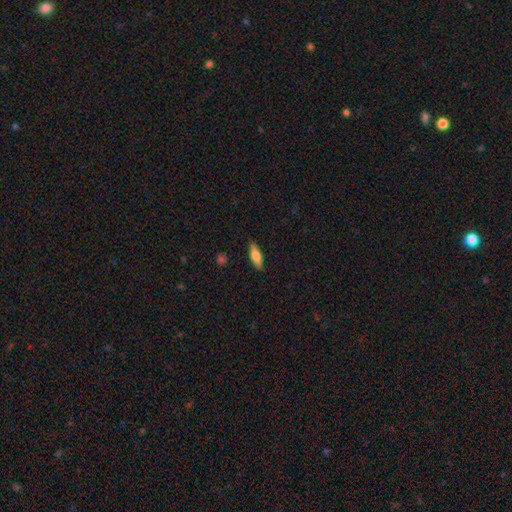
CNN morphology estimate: Smooth or featured? Predicted: smooth (p=0.65). How rounded? Predicted: in between (p=0.50). Merging? Predicted: none (p=0.87).